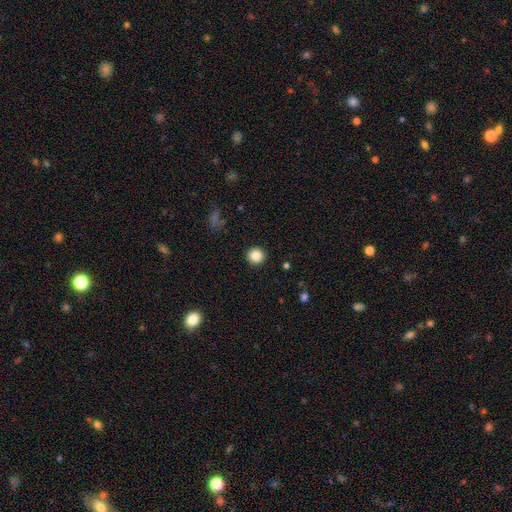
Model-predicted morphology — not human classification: Smooth or featured?
  - smooth: 84% *
  - star or artifact: 11%
  - featured or disk: 5%
How rounded?
  - round: 95% *
  - in between: 4%
  - cigar-shaped: 1%
Merging?
  - none: 93% *
  - minor disturbance: 5%
  - major disturbance: 2%
  - merger: 1%